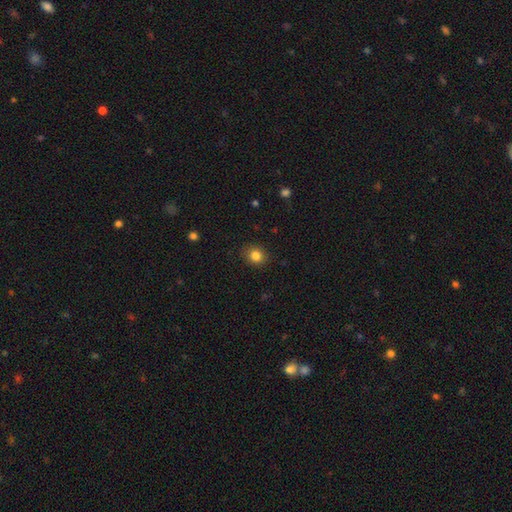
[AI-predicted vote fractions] Q: Smooth or featured?
A: smooth (83%); runner-up: star or artifact (11%)
Q: How rounded?
A: round (73%); runner-up: in between (26%)
Q: Merging?
A: none (88%); runner-up: minor disturbance (9%)